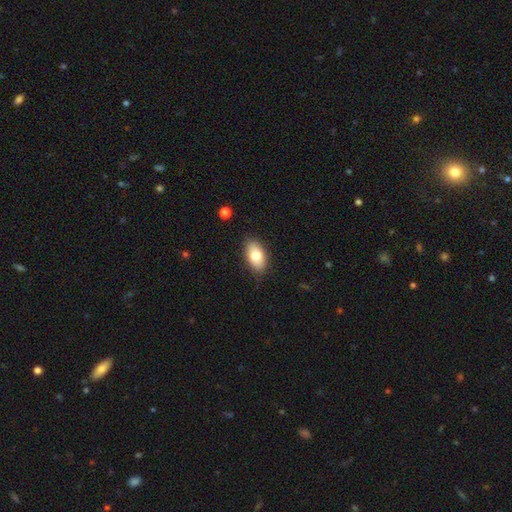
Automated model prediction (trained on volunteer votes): Overall: smooth (77%). How rounded: in between (92%). Merging: none (83%).